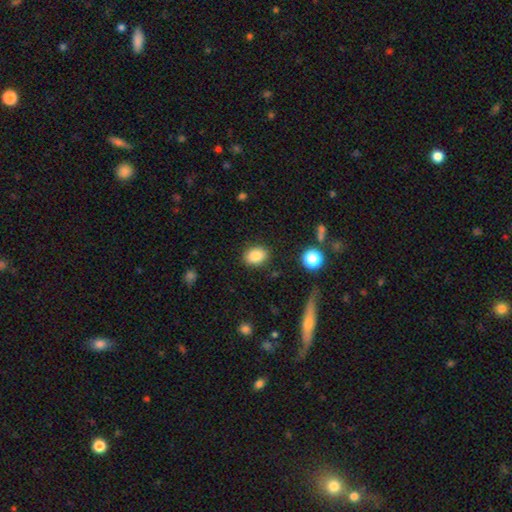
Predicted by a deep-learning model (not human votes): Morphology: type=smooth (85%); roundness=in between (71%); merging=none (87%).